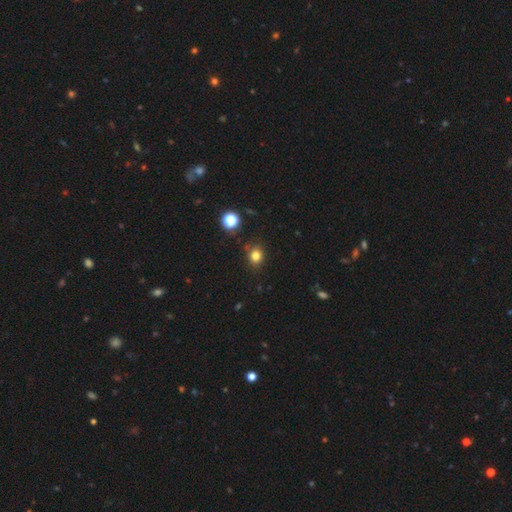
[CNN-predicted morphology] smooth 80%, star or artifact 14%, featured or disk 6%. Down the decision tree: how rounded — round (68%); merging — none (83%).